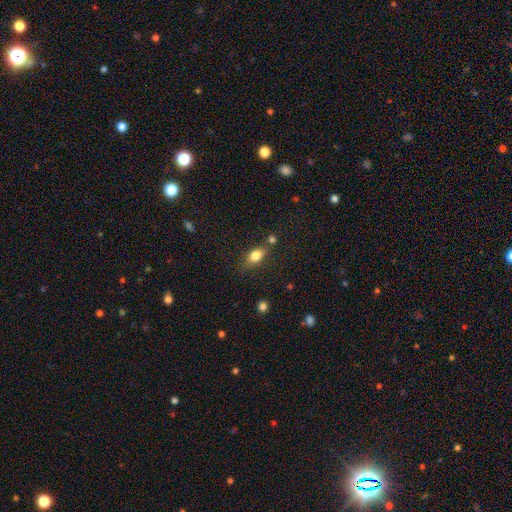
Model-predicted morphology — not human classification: Q: Smooth or featured?
A: smooth (79%); runner-up: featured or disk (12%)
Q: How rounded?
A: in between (79%); runner-up: round (11%)
Q: Merging?
A: none (64%); runner-up: minor disturbance (20%)